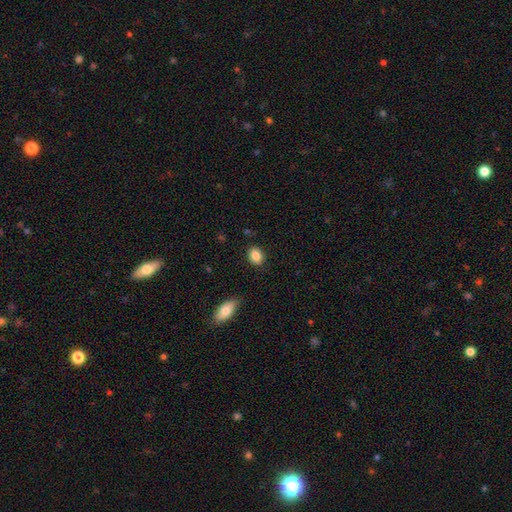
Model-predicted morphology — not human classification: A smooth galaxy with no disk features (86%) that is in between round and cigar-shaped (63%). Merging: none (87%).